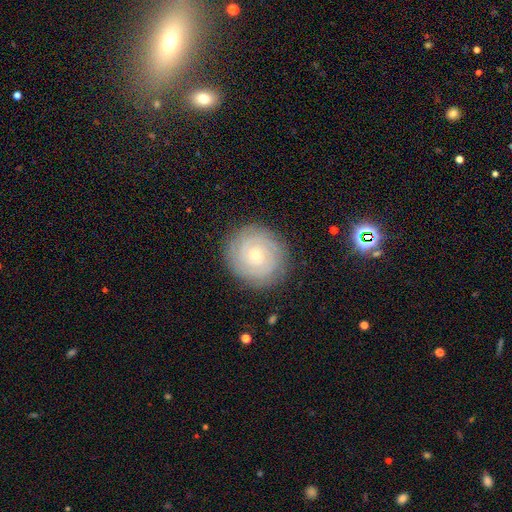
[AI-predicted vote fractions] This is likely a featured or disk galaxy (79%). It is clearly not viewed edge-on (98%). Bar: likely no (80%). Spiral arm pattern: clearly yes (96%). Spiral arm count: marginally 2 (34%). Spiral winding: clearly tight (86%). Central bulge: likely small (79%). Merging: clearly none (86%).